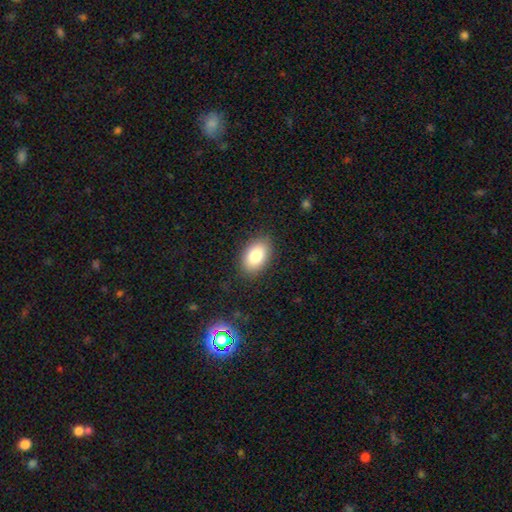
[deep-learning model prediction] smooth 84%, featured or disk 8%, star or artifact 7%. Down the decision tree: how rounded — in between (89%); merging — none (86%).